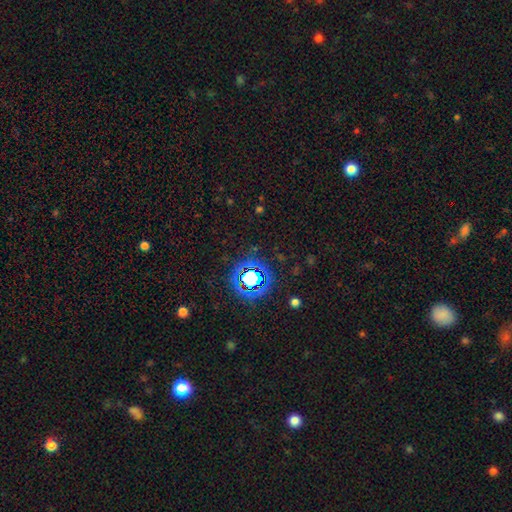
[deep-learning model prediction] A star or artifact, not a galaxy (79%).